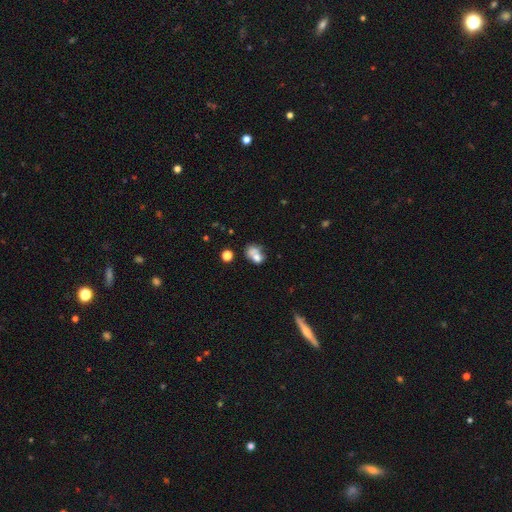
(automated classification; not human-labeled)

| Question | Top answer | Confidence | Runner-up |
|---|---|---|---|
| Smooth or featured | smooth | 63% | featured or disk (24%) |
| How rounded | in between | 59% | round (39%) |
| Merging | merger | 49% | none (25%) |